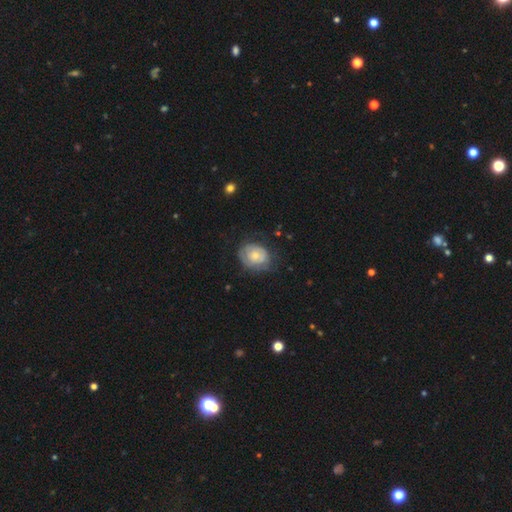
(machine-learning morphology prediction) type=smooth (50%); roundness=round (51%); merging=none (60%).